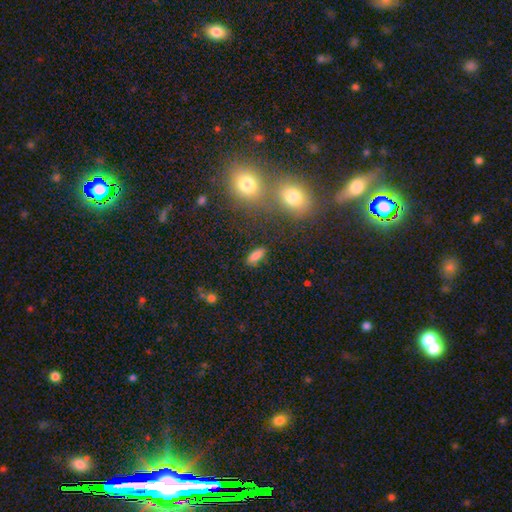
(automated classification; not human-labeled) Q: Smooth or featured?
A: smooth (83%); runner-up: star or artifact (11%)
Q: How rounded?
A: in between (72%); runner-up: cigar-shaped (23%)
Q: Merging?
A: none (83%); runner-up: minor disturbance (11%)